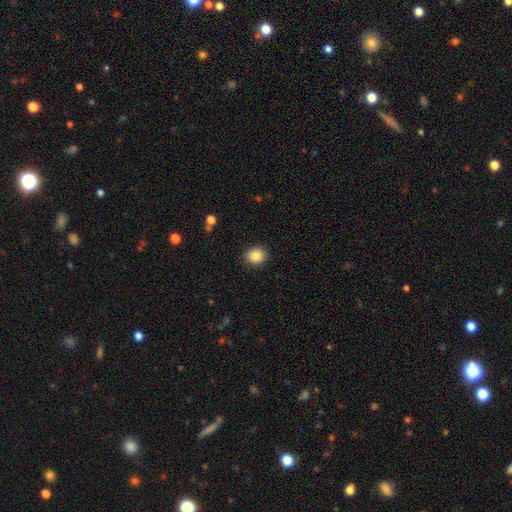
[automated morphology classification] Smooth or featured? Predicted: smooth (p=0.87). How rounded? Predicted: round (p=0.67). Merging? Predicted: none (p=0.89).